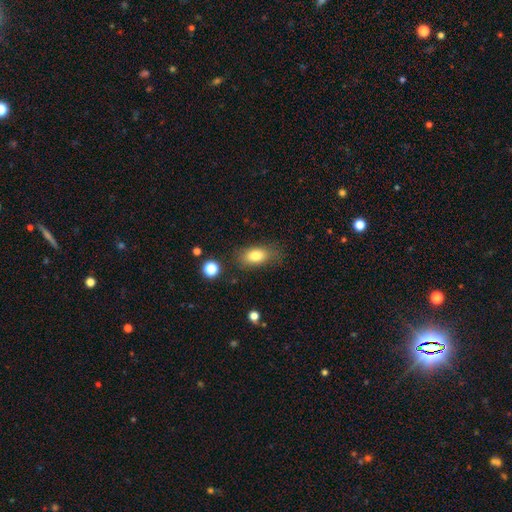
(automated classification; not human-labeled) Smooth or featured? Predicted: smooth (p=0.81). How rounded? Predicted: in between (p=0.85). Merging? Predicted: none (p=0.75).